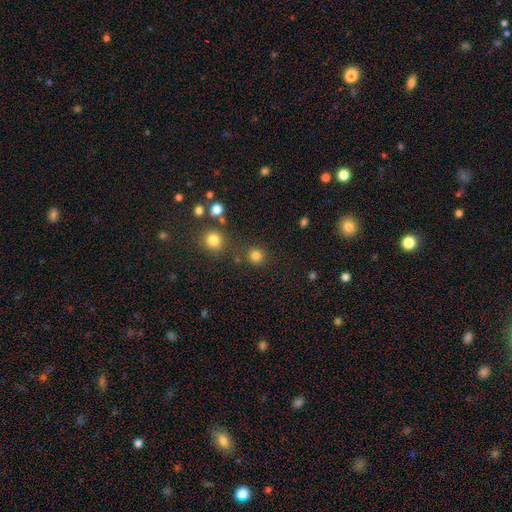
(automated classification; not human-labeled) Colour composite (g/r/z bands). It shows a smooth galaxy with no disk features (80%) that is round (92%). Merging: none (83%).